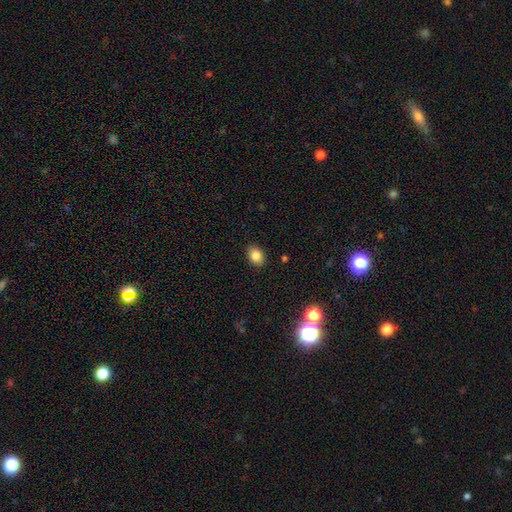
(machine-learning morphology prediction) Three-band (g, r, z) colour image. It shows a smooth galaxy with no disk features (84%) that is in between round and cigar-shaped (63%). Merging: none (89%).